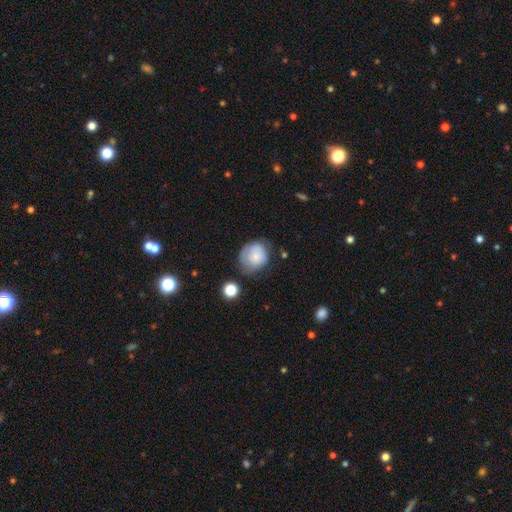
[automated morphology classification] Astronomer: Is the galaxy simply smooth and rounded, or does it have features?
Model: smooth — 76%.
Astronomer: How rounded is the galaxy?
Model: round — 75%.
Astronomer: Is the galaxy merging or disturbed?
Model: none — 53% (runner-up: minor disturbance, 31%).